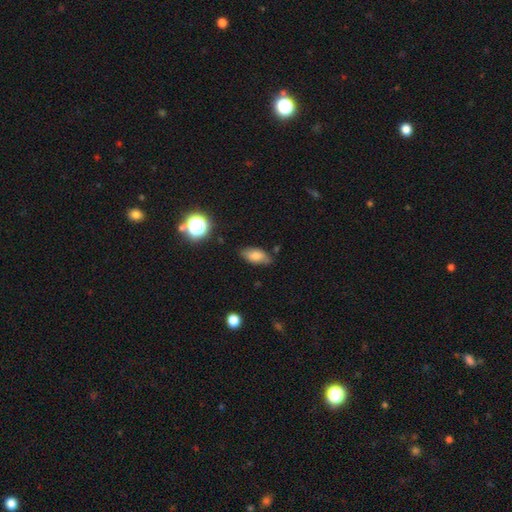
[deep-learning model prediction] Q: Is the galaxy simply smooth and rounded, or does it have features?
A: smooth — 75%.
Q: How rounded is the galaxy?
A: in between — 88%.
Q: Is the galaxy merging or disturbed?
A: none — 75%.